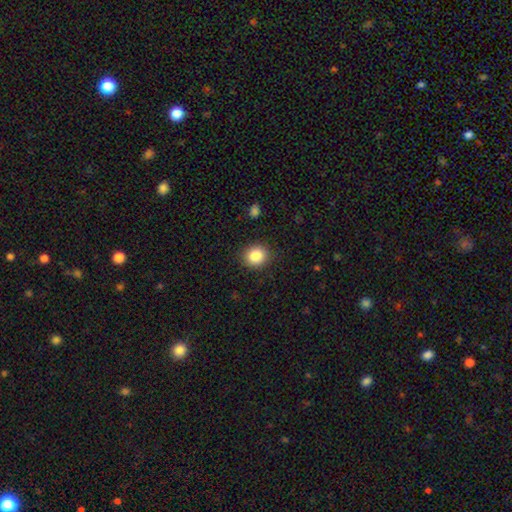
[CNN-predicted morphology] Smooth or featured: smooth — 85% (star or artifact — 10%)
How rounded: round — 77% (in between — 22%)
Merging: none — 89% (minor disturbance — 7%)